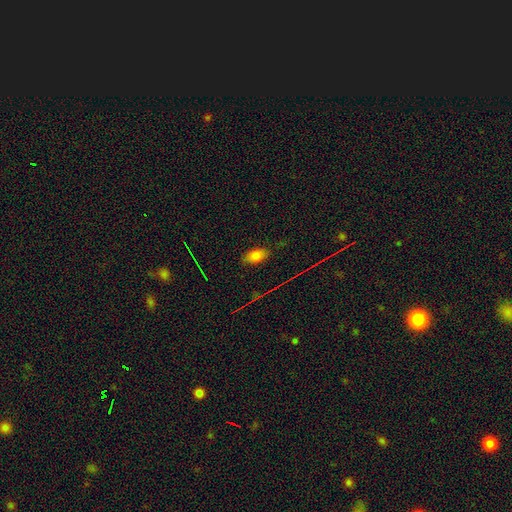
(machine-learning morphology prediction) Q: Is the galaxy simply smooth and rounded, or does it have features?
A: smooth — 74%.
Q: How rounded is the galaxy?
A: in between — 91%.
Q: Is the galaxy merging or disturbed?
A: none — 81%.